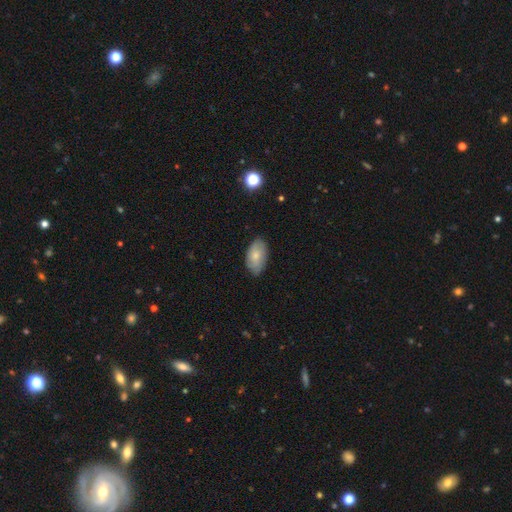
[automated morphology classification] Smooth or featured: smooth — 73% (featured or disk — 21%)
How rounded: in between — 94% (round — 4%)
Merging: none — 78% (minor disturbance — 18%)